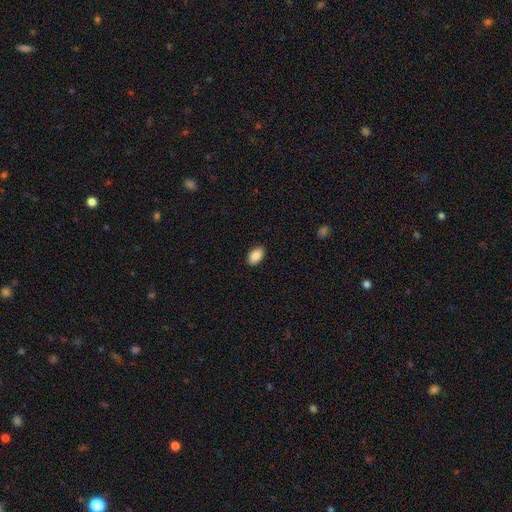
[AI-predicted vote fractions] Q: Smooth or featured?
A: smooth (89%); runner-up: star or artifact (7%)
Q: How rounded?
A: in between (93%); runner-up: round (5%)
Q: Merging?
A: none (89%); runner-up: minor disturbance (8%)